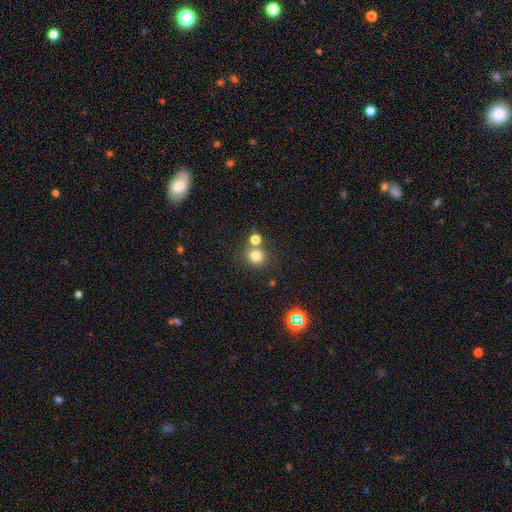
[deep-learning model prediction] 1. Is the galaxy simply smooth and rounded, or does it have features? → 77% smooth, 16% star or artifact, 7% featured or disk.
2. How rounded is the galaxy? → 89% round, 10% in between, 1% cigar-shaped.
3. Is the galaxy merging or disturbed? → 67% none, 23% merger, 7% minor disturbance, 3% major disturbance.